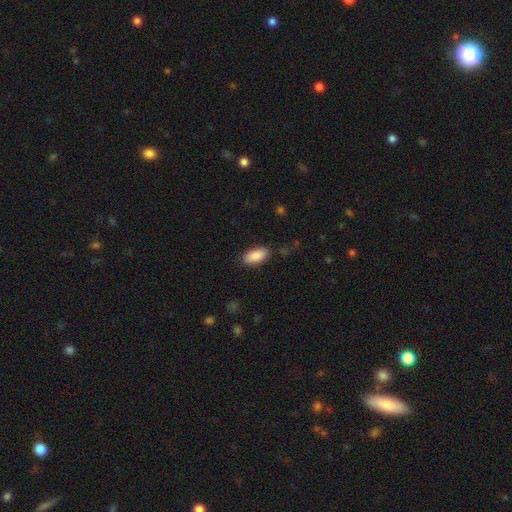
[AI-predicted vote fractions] This appears to be a smooth galaxy with no disk features (89%) that is in between round and cigar-shaped (91%). Merging: none (85%).